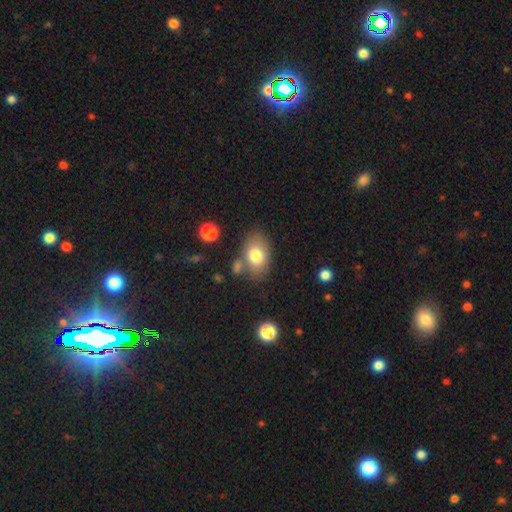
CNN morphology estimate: Overall: smooth (77%). How rounded: in between (84%). Merging: none (68%).